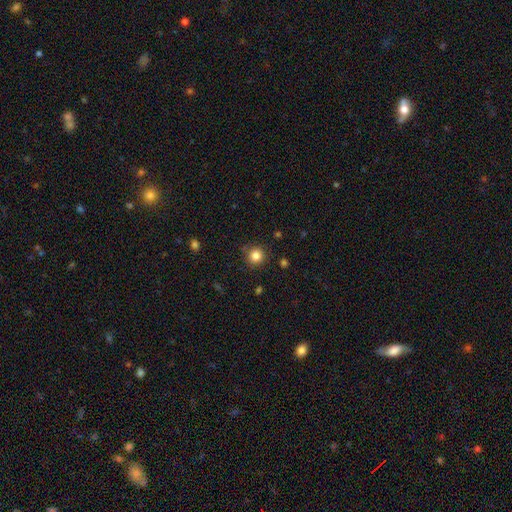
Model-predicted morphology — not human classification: Overall: smooth (83%). How rounded: round (94%). Merging: none (87%).